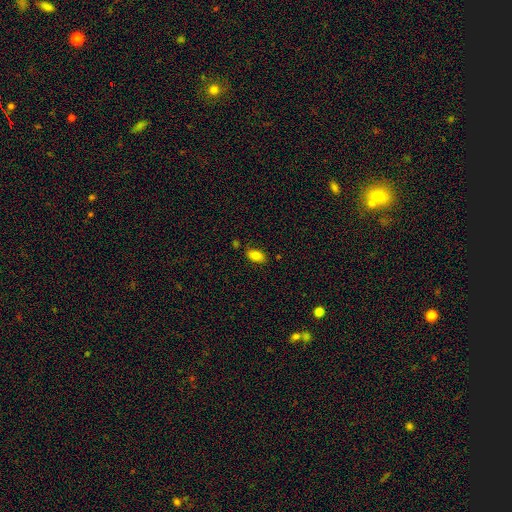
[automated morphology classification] This is clearly a smooth galaxy (81%). How rounded: clearly in between (91%). Merging: likely none (79%).